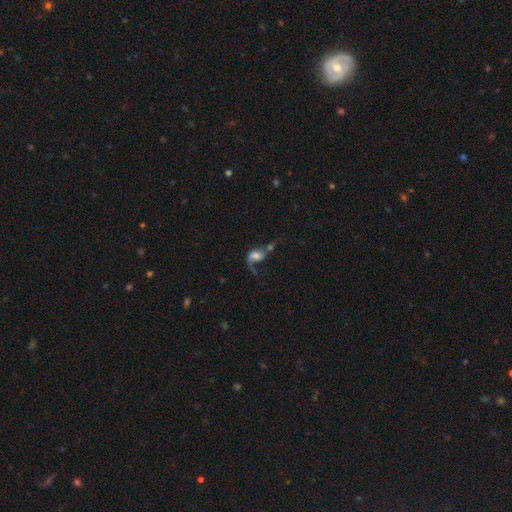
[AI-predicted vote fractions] Overall: featured or disk (54%; smooth 35%). Edge-on disk: no (96%). Bar: no (60%; weak 31%). Spiral arms: yes (79%). Bulge size: moderate (35%; small 24%). Merging: major disturbance (35%; merger 28%).